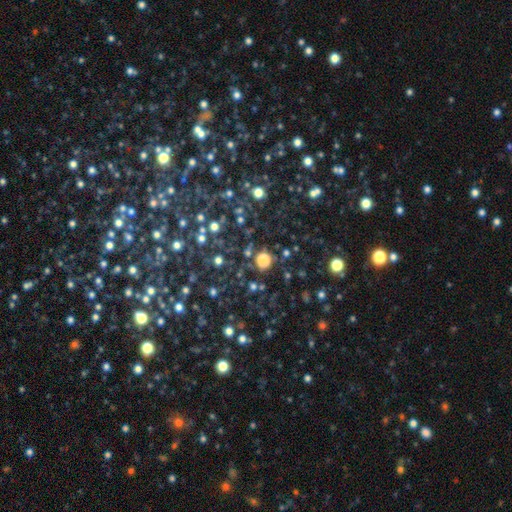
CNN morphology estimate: This appears to be a star or artifact, not a galaxy (68%).